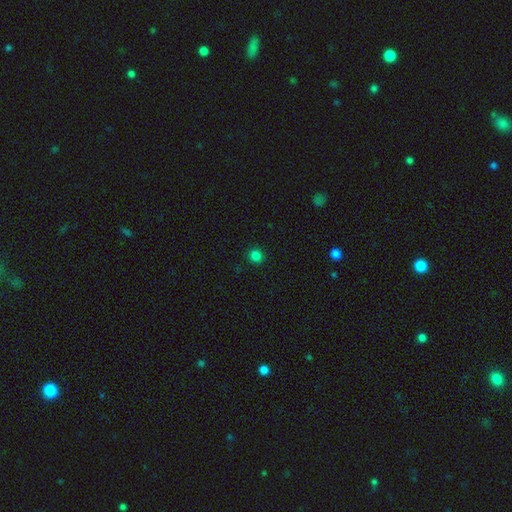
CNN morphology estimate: Smooth or featured?
  - smooth: 82% *
  - star or artifact: 15%
  - featured or disk: 3%
How rounded?
  - round: 91% *
  - in between: 8%
  - cigar-shaped: 1%
Merging?
  - none: 92% *
  - minor disturbance: 5%
  - major disturbance: 2%
  - merger: 1%